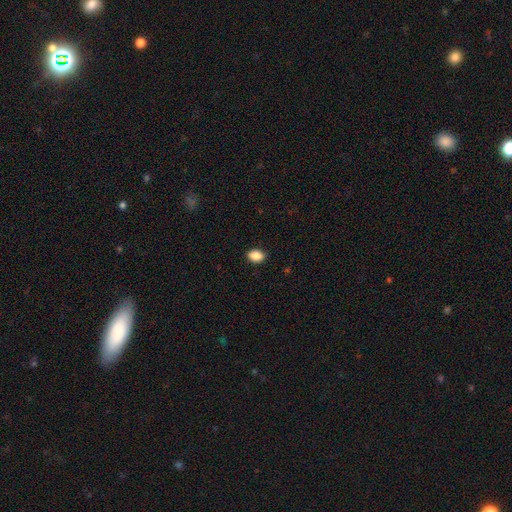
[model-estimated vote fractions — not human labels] This appears to be a smooth galaxy with no disk features (88%) that is in between round and cigar-shaped (80%). Merging: none (87%).